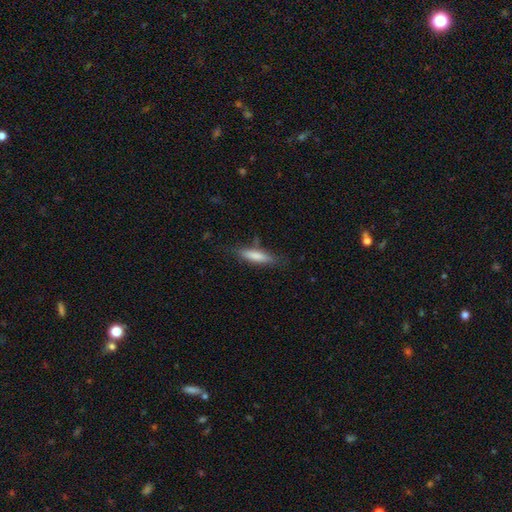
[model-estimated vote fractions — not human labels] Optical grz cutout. It shows a smooth galaxy with no disk features (78%) that is cigar-shaped (73%). Merging: none (75%).